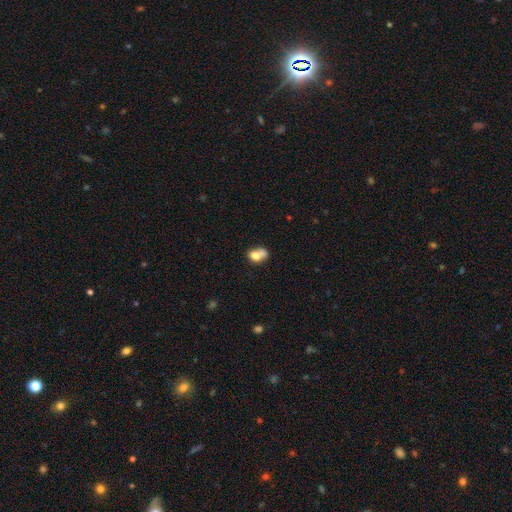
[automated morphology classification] A smooth galaxy with no disk features (69%) that is in between round and cigar-shaped (61%).

Vote fractions:
- Smooth or featured? smooth: 69% / featured or disk: 21% / star or artifact: 10%
- How rounded? in between: 61% / round: 37% / cigar-shaped: 2%
- Merging? merger: 48% / none: 27% / minor disturbance: 16% / major disturbance: 9%